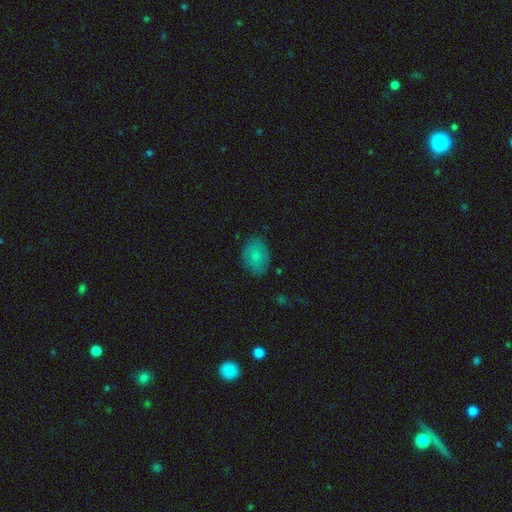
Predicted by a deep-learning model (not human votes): smooth_or_featured: smooth (p=0.76) [alt: featured or disk p=0.16]
how_rounded: in between (p=0.75) [alt: round p=0.24]
merging: none (p=0.81) [alt: minor disturbance p=0.14]